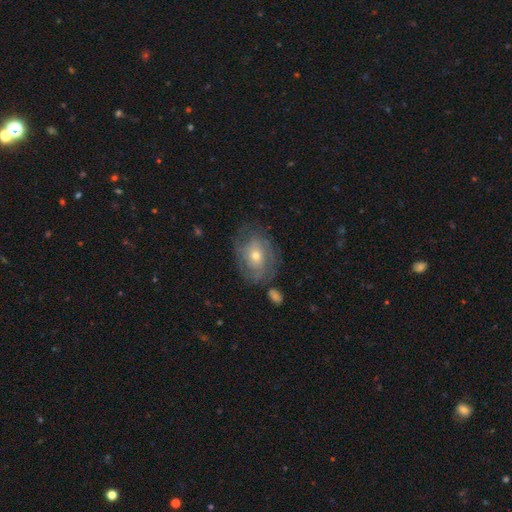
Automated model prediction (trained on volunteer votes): Smooth or featured? featured or disk (66%)
Edge-on disk? no (95%)
Bar? no (77%)
Spiral arms? yes (77%)
Bulge size? moderate (51%)
Merging? none (66%)